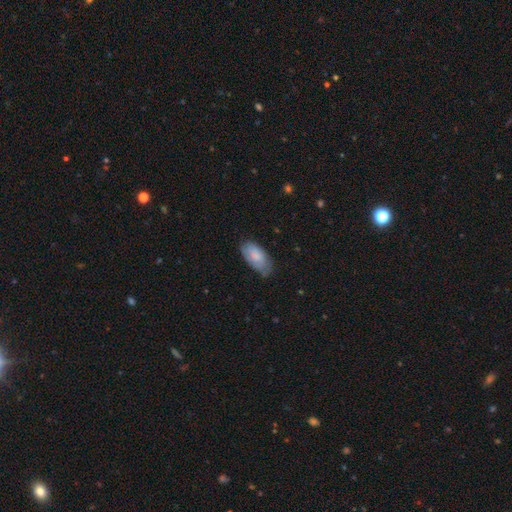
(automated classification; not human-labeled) Smooth or featured: smooth — 79% (featured or disk — 15%)
How rounded: in between — 93% (cigar-shaped — 5%)
Merging: none — 64% (minor disturbance — 30%)